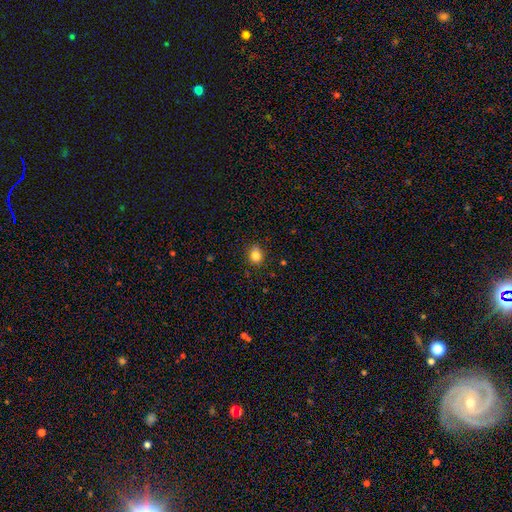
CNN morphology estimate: This appears to be a smooth galaxy with no disk features (82%) that is round (67%). Merging: none (82%).